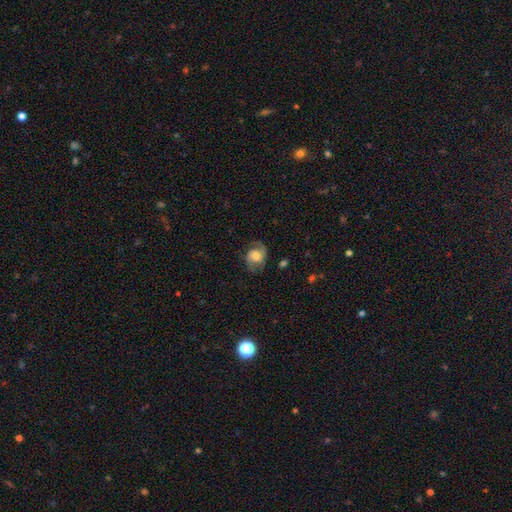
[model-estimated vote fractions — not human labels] A featured or disk galaxy (66%) with no bar (57%), 2 (79%) medium (48%) spiral arms (92%) and a moderate central bulge (41%). Merging: none (68%).